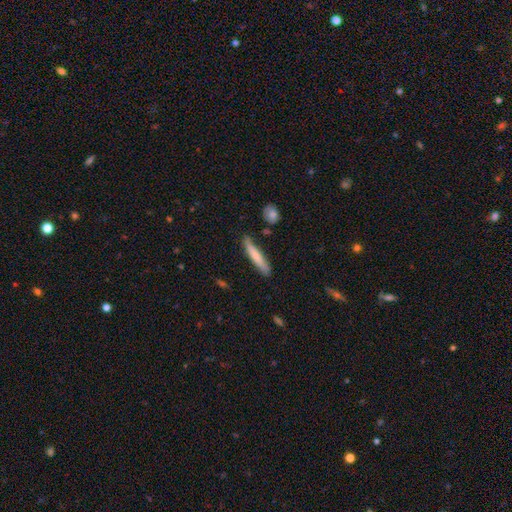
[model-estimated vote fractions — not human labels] Smooth or featured: smooth — 70% (featured or disk — 25%)
How rounded: cigar-shaped — 92% (in between — 7%)
Merging: none — 82% (minor disturbance — 13%)